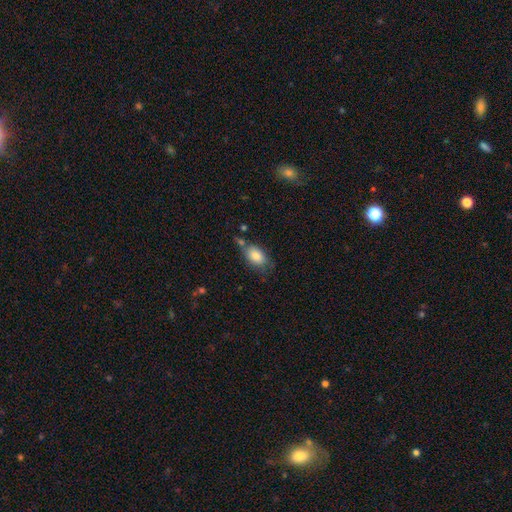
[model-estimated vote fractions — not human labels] Smooth or featured? smooth (83%)
How rounded? in between (88%)
Merging? none (57%)